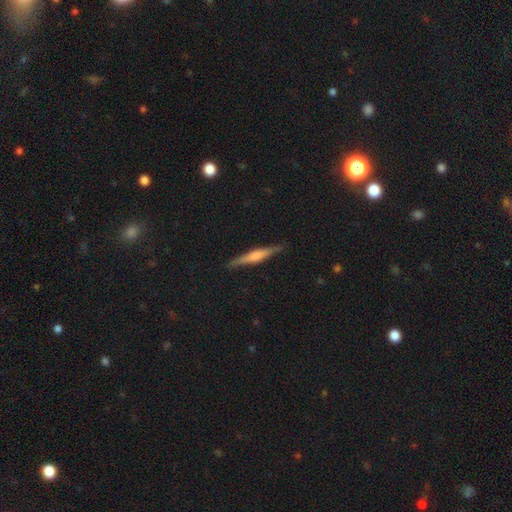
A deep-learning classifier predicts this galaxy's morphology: This is likely a featured or disk galaxy (60%). It is clearly viewed edge-on (97%). Edge-on bulge: possibly rounded (55%). Merging: clearly none (89%).